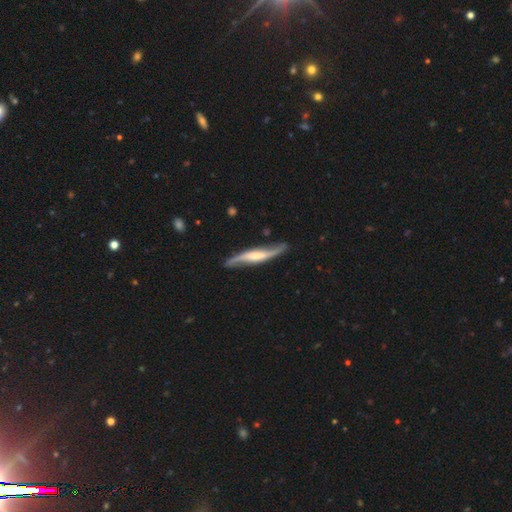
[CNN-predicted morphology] Smooth or featured?
  - featured or disk: 80% *
  - smooth: 15%
  - star or artifact: 4%
Edge-on disk?
  - no: 56% *
  - yes: 44%
Merging?
  - none: 78% *
  - minor disturbance: 15%
  - major disturbance: 5%
  - merger: 2%